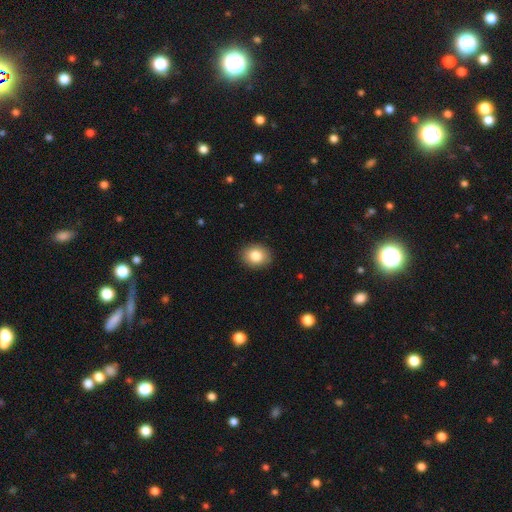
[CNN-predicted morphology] A smooth galaxy with no disk features (84%) that is round (52%).

Vote fractions:
- Smooth or featured? smooth: 84% / star or artifact: 9% / featured or disk: 7%
- How rounded? round: 52% / in between: 47% / cigar-shaped: 1%
- Merging? none: 89% / minor disturbance: 8% / major disturbance: 2% / merger: 1%